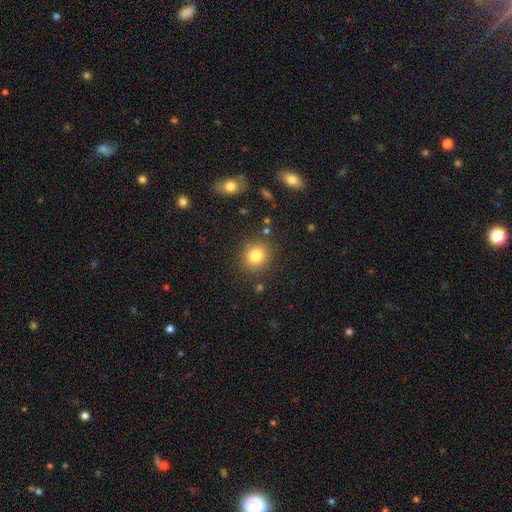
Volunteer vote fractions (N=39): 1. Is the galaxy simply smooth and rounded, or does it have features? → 90% smooth, 5% featured or disk, 5% star or artifact.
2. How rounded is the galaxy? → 89% round, 11% in between, 0% cigar-shaped.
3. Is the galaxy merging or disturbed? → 81% none, 14% minor disturbance, 5% merger, 0% major disturbance.